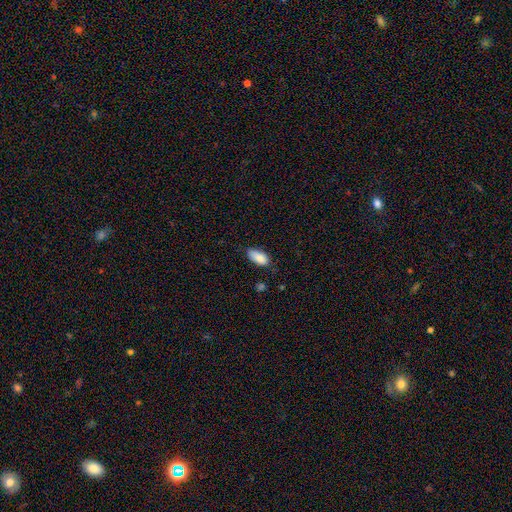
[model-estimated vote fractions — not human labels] Smooth or featured: smooth — 87% (star or artifact — 7%)
How rounded: in between — 90% (cigar-shaped — 7%)
Merging: none — 69% (minor disturbance — 25%)